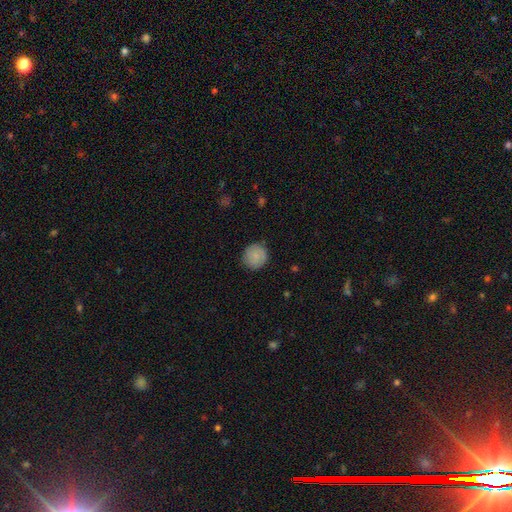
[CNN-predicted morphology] Q: Smooth or featured?
A: smooth (82%); runner-up: featured or disk (11%)
Q: How rounded?
A: round (92%); runner-up: in between (7%)
Q: Merging?
A: none (84%); runner-up: minor disturbance (12%)